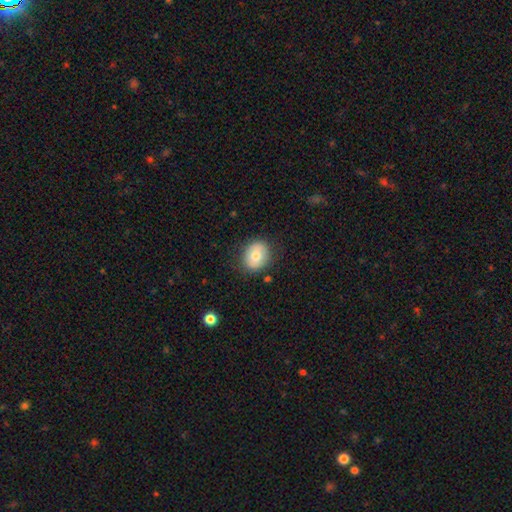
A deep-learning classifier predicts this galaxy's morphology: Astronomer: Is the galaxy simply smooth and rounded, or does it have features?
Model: smooth — 73%.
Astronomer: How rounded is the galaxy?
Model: round — 56% (runner-up: in between, 43%).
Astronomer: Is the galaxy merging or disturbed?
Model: none — 82%.